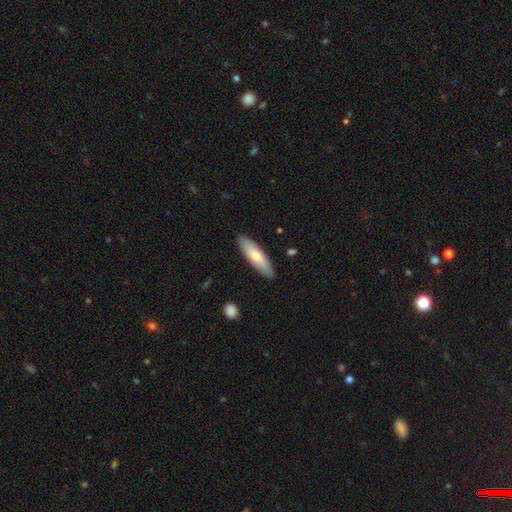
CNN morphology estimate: Smooth or featured? smooth (67%)
How rounded? cigar-shaped (55%)
Merging? none (88%)